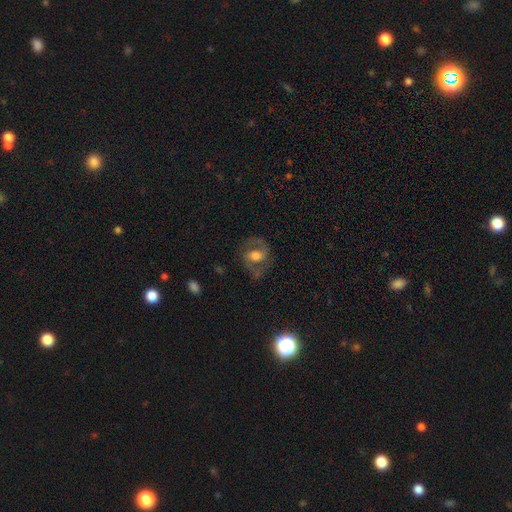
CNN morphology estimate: This appears to be a featured or disk galaxy (66%) with no bar (41%), 2 (87%) medium (54%) spiral arms (79%) and a moderate central bulge (57%). Merging: none (68%).